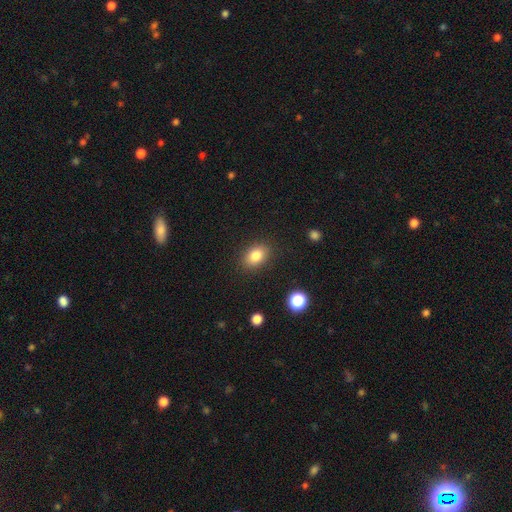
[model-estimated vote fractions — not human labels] Smooth or featured? smooth (83%)
How rounded? in between (77%)
Merging? none (87%)